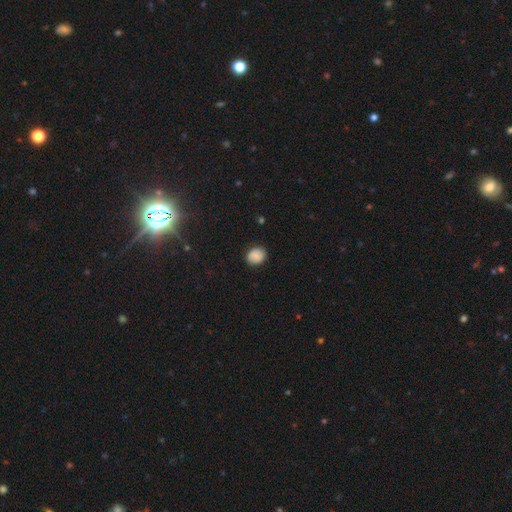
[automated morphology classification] Overall: smooth (85%). How rounded: round (62%; in between 37%). Merging: none (83%).